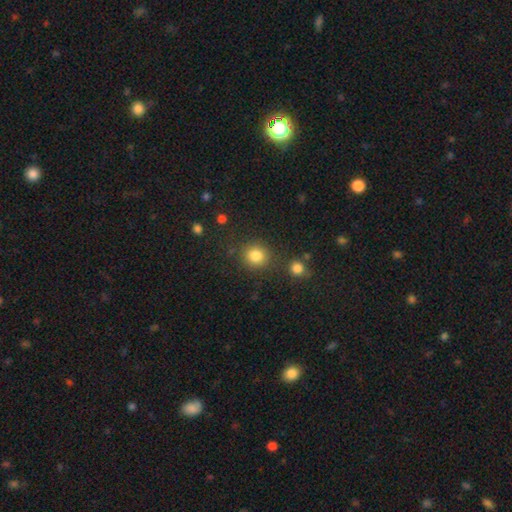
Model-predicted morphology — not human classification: smooth_or_featured: smooth (p=0.83) [alt: star or artifact p=0.11]
how_rounded: round (p=0.86) [alt: in between p=0.13]
merging: none (p=0.81) [alt: minor disturbance p=0.09]